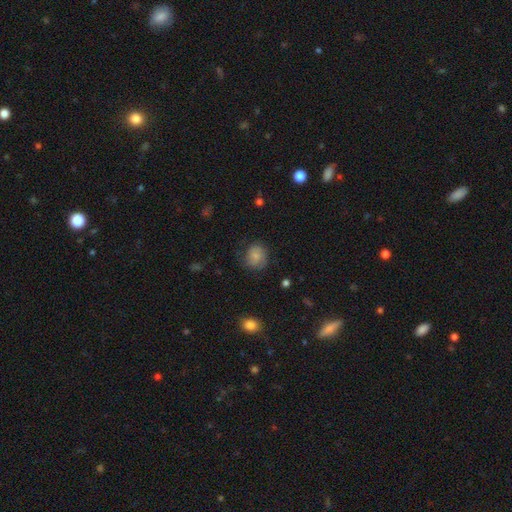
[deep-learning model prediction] Overall: smooth (74%). How rounded: round (73%). Merging: none (68%).